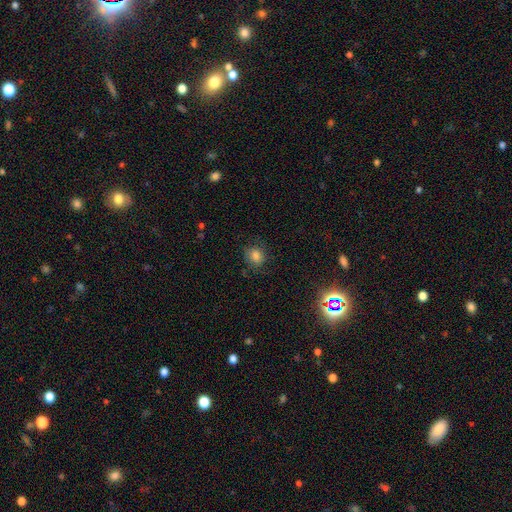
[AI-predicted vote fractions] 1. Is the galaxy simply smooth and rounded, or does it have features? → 80% smooth, 13% star or artifact, 7% featured or disk.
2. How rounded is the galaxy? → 76% round, 23% in between, 1% cigar-shaped.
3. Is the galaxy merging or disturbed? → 77% none, 16% minor disturbance, 5% major disturbance, 1% merger.